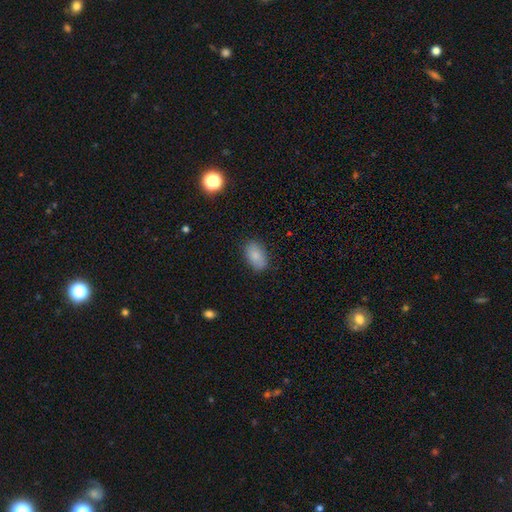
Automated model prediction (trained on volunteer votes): Smooth or featured? smooth (86%)
How rounded? in between (92%)
Merging? none (85%)